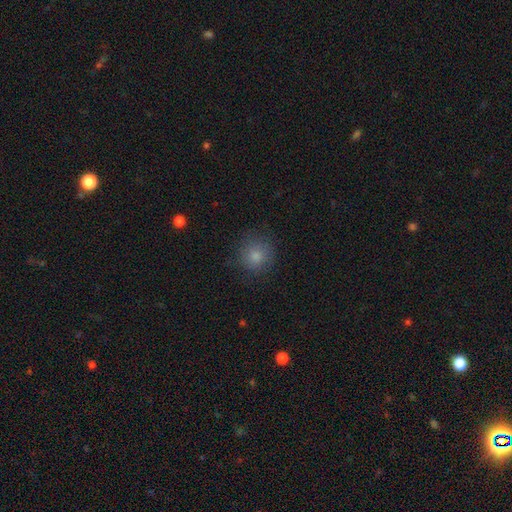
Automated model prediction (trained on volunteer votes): smooth_or_featured: smooth (p=0.82) [alt: star or artifact p=0.10]
how_rounded: round (p=0.90) [alt: in between p=0.09]
merging: none (p=0.81) [alt: minor disturbance p=0.13]